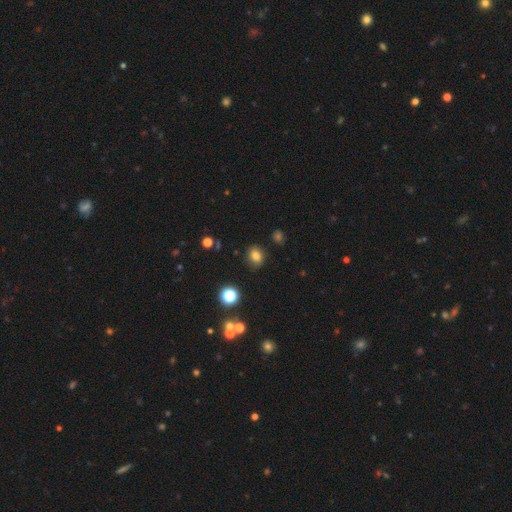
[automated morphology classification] A smooth galaxy with no disk features (79%) that is round (51%).

Vote fractions:
- Smooth or featured? smooth: 79% / star or artifact: 15% / featured or disk: 6%
- How rounded? round: 51% / in between: 48% / cigar-shaped: 1%
- Merging? none: 84% / minor disturbance: 11% / major disturbance: 3% / merger: 2%